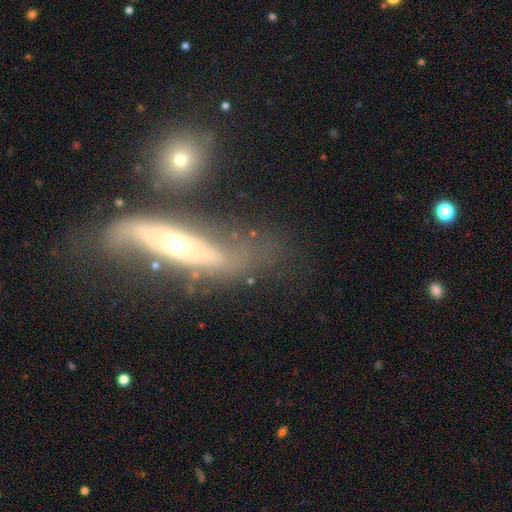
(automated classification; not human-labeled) Smooth or featured? Predicted: featured or disk (p=0.60). Edge-on disk? Predicted: no (p=0.63). Merging? Predicted: none (p=0.42).